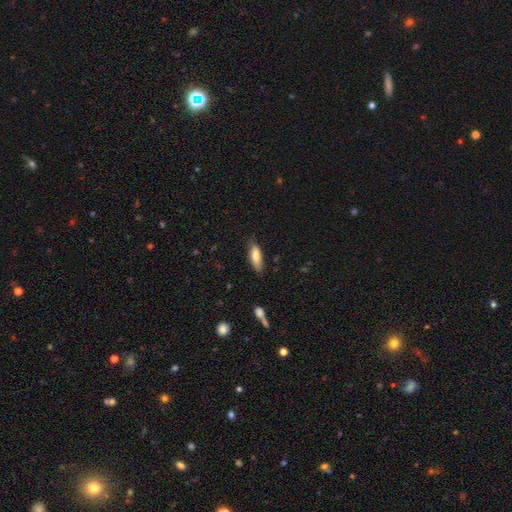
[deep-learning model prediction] A smooth galaxy with no disk features (80%) that is in between round and cigar-shaped (59%). Merging: none (78%).